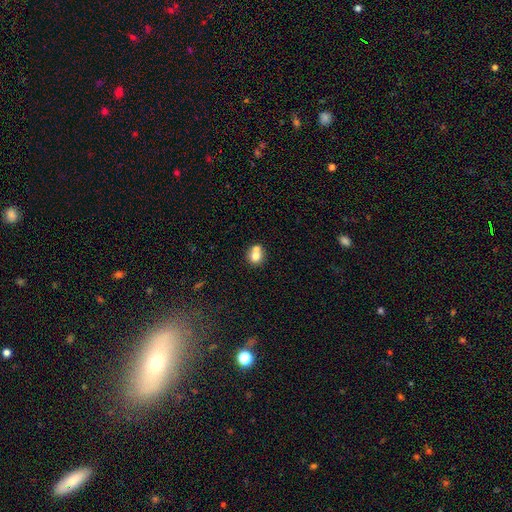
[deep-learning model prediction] This appears to be a smooth galaxy with no disk features (72%) that is round (79%). Merging: merger (49%).